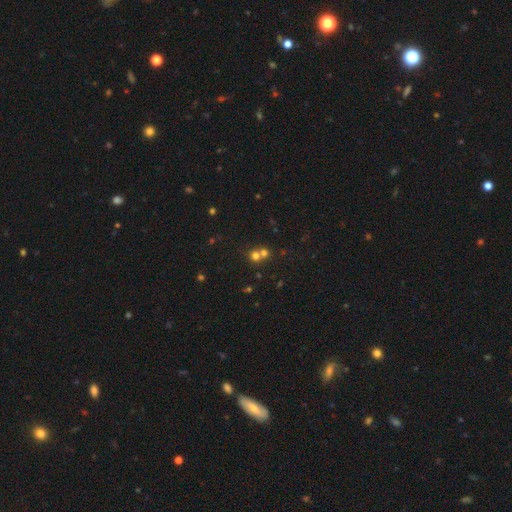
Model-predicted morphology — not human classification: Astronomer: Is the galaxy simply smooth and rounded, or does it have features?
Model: smooth — 65%.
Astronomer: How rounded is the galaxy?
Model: round — 86%.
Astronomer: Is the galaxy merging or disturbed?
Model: merger — 49% (runner-up: none, 43%).